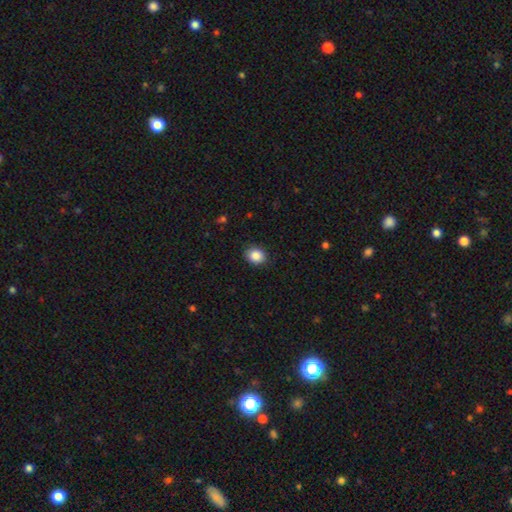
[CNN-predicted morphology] smooth_or_featured: smooth (p=0.87) [alt: star or artifact p=0.09]
how_rounded: round (p=0.53) [alt: in between p=0.47]
merging: none (p=0.86) [alt: minor disturbance p=0.11]